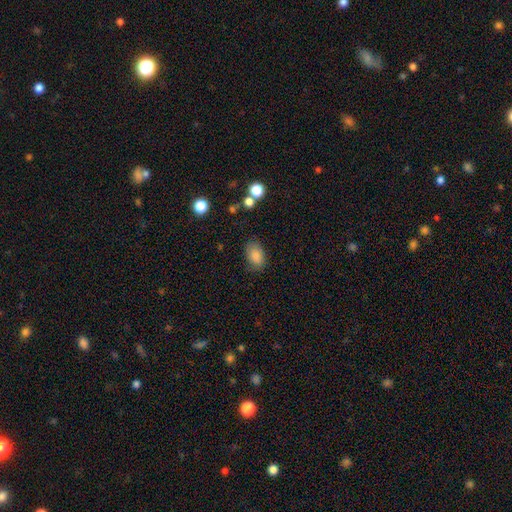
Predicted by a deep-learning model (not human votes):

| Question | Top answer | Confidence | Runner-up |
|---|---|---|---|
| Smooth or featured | smooth | 84% | star or artifact (8%) |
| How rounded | in between | 85% | round (14%) |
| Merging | none | 78% | minor disturbance (16%) |